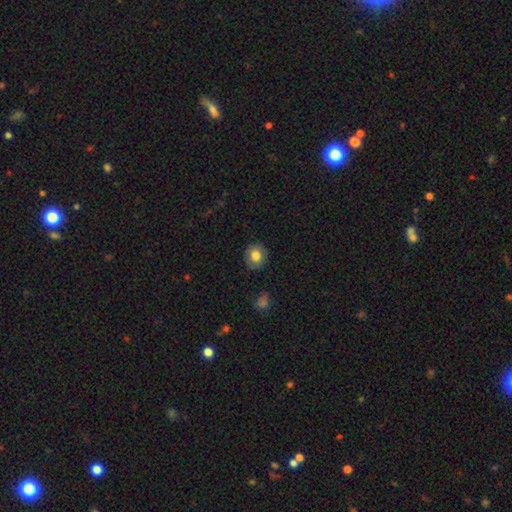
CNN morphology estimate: This is clearly a smooth galaxy (81%). How rounded: clearly round (85%). Merging: clearly none (87%).